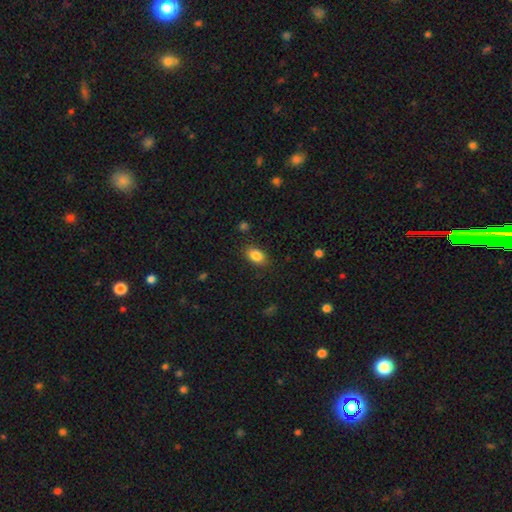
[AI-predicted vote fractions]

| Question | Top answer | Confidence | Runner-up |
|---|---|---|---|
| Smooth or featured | smooth | 85% | star or artifact (9%) |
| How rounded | in between | 87% | round (12%) |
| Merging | none | 86% | minor disturbance (10%) |